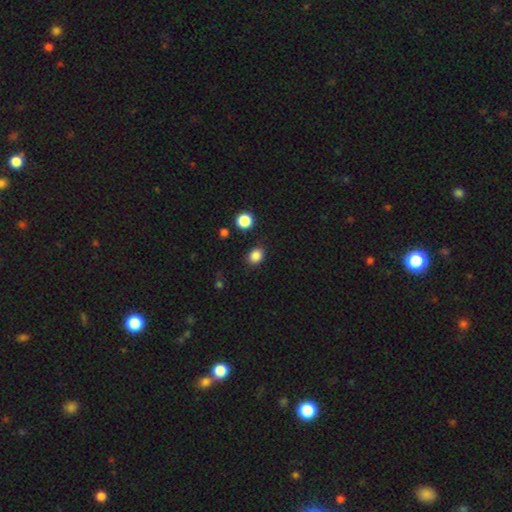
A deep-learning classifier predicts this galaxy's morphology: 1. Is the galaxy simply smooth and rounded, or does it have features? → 85% smooth, 11% star or artifact, 4% featured or disk.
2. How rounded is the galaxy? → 51% round, 48% in between, 1% cigar-shaped.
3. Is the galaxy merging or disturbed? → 85% none, 10% minor disturbance, 3% major disturbance, 2% merger.